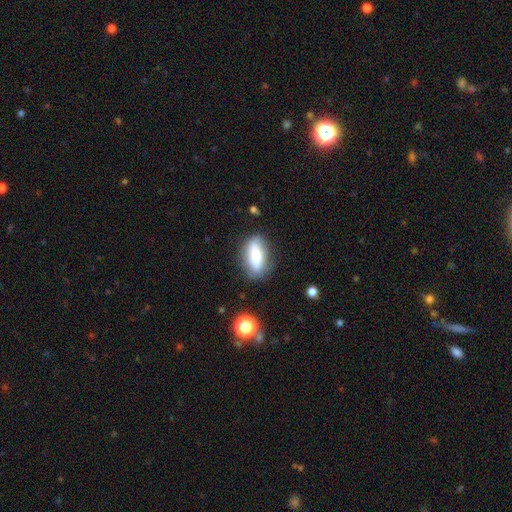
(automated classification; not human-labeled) Morphology: type=smooth (68%); roundness=in between (76%); merging=none (77%).